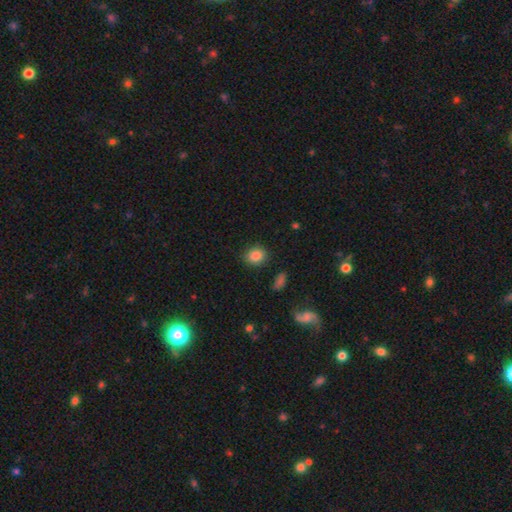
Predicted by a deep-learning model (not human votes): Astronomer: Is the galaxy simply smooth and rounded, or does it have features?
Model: smooth — 85%.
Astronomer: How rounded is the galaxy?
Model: round — 64%.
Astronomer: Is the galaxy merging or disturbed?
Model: none — 86%.